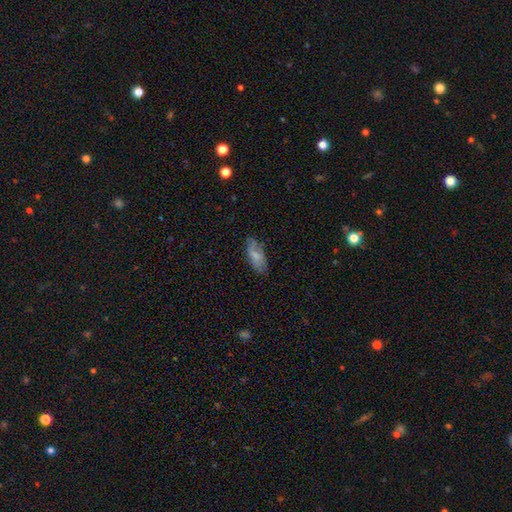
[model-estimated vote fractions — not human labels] Morphology: type=smooth (70%); roundness=in between (84%); merging=none (64%).